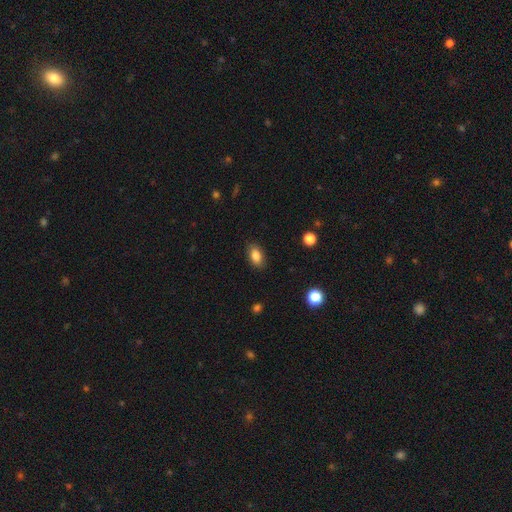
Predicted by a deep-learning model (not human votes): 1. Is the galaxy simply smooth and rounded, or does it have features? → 85% smooth, 8% star or artifact, 7% featured or disk.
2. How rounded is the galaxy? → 89% in between, 8% round, 3% cigar-shaped.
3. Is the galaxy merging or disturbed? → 87% none, 10% minor disturbance, 2% major disturbance, 1% merger.